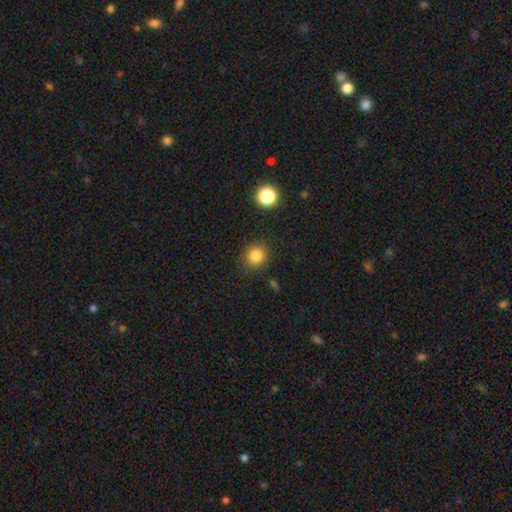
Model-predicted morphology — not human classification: This is clearly a smooth galaxy (84%). How rounded: clearly round (86%). Merging: clearly none (87%).